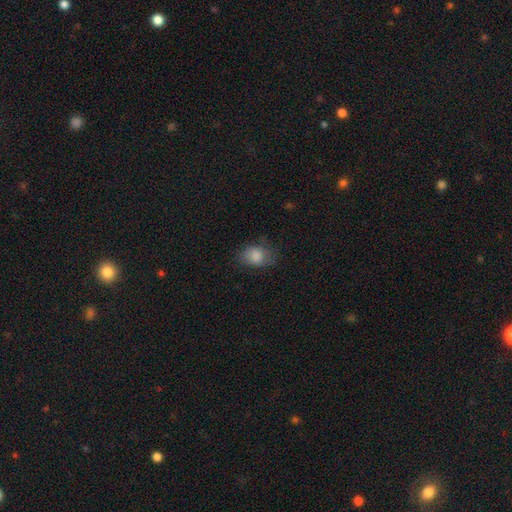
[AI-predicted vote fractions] Overall: smooth (83%). How rounded: in between (71%). Merging: none (63%; minor disturbance 25%).